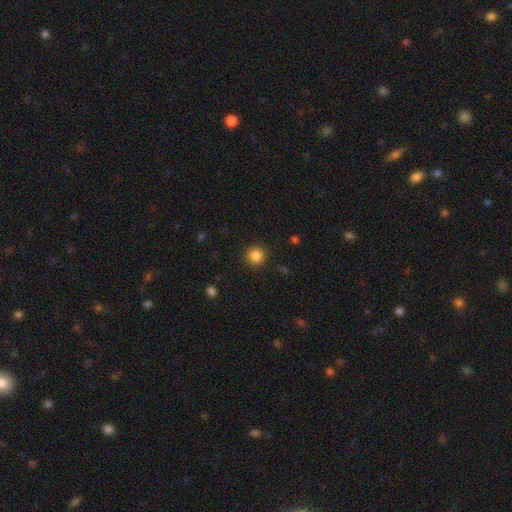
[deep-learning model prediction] The model was most divided on "smooth or featured": smooth: 85%, star or artifact: 11%, featured or disk: 4%. More confident: how rounded — round (93%); merging — none (90%).